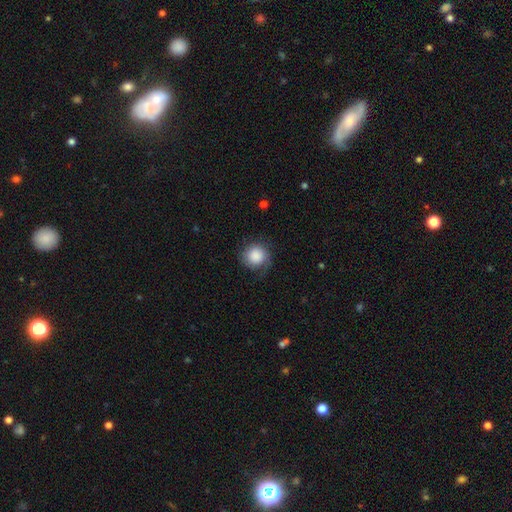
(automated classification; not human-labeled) Smooth or featured: smooth — 79% (featured or disk — 13%)
How rounded: round — 90% (in between — 9%)
Merging: none — 70% (minor disturbance — 19%)